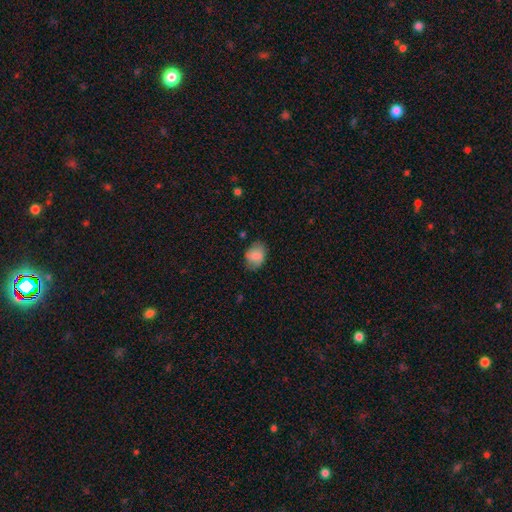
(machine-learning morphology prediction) This appears to be a smooth galaxy with no disk features (80%) that is in between round and cigar-shaped (71%). Merging: none (73%).